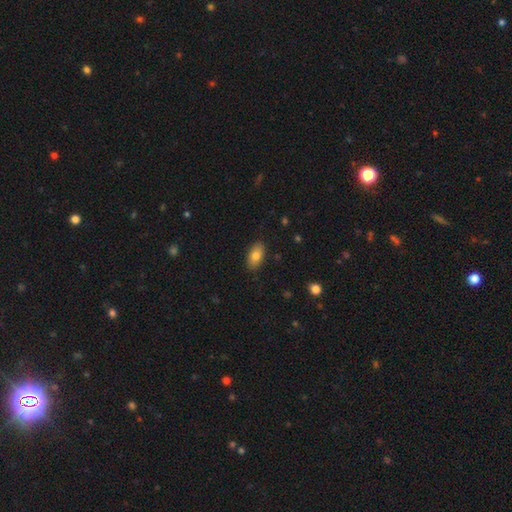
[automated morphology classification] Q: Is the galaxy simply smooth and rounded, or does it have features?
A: smooth — 79%.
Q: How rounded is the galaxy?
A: in between — 91%.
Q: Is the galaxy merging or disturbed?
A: none — 87%.